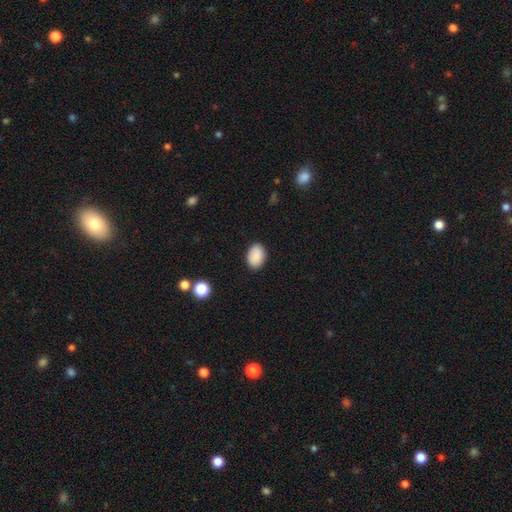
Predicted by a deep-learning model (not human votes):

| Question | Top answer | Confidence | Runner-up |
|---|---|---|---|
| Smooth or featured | smooth | 89% | star or artifact (7%) |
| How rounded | in between | 82% | round (17%) |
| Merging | none | 87% | minor disturbance (9%) |